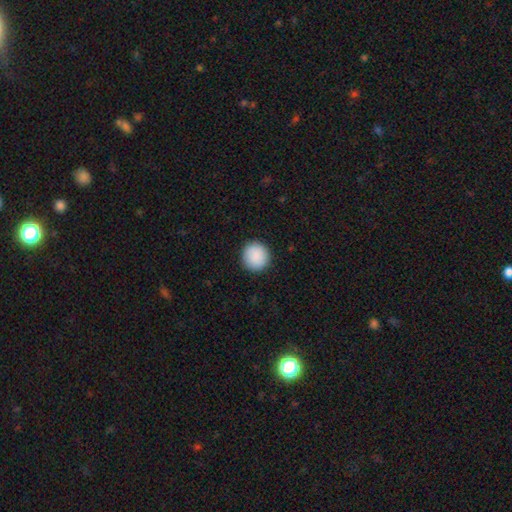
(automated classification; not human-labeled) The model was most divided on "smooth or featured": smooth: 91%, star or artifact: 7%, featured or disk: 3%. More confident: how rounded — round (95%); merging — none (92%).